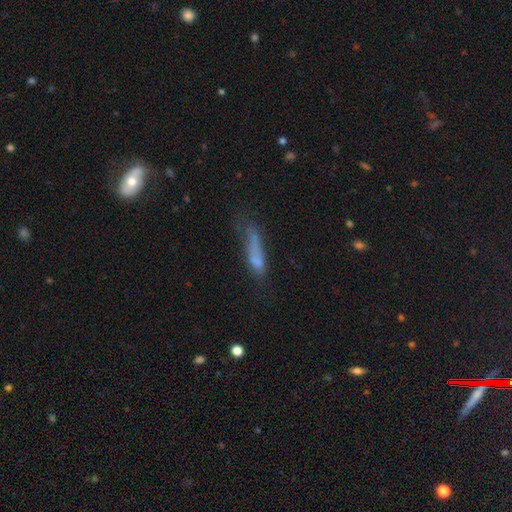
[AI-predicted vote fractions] Smooth or featured? smooth (56%)
How rounded? cigar-shaped (70%)
Merging? none (33%)